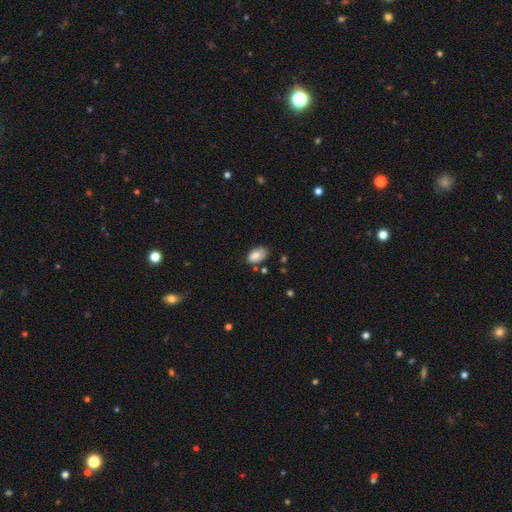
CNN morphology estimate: This appears to be a smooth galaxy with no disk features (84%) that is in between round and cigar-shaped (92%). Merging: none (66%).